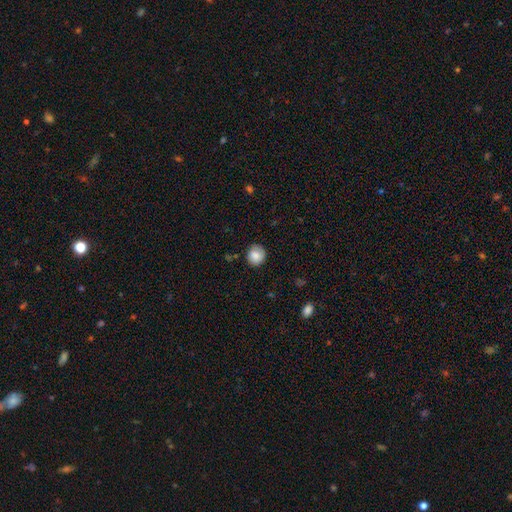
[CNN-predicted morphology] Smooth or featured: smooth — 83% (featured or disk — 9%)
How rounded: round — 85% (in between — 14%)
Merging: none — 80% (minor disturbance — 16%)